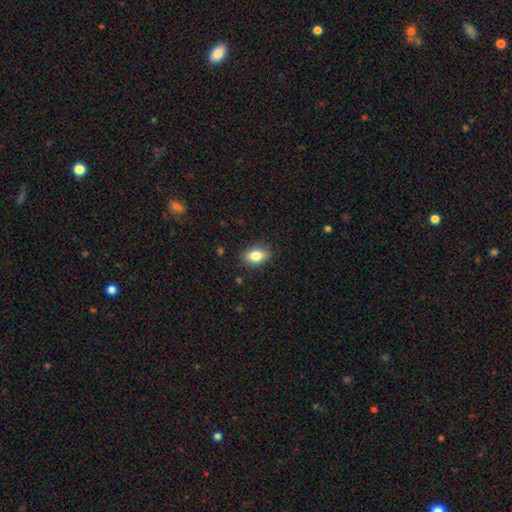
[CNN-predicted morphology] Smooth or featured? Predicted: smooth (p=0.82). How rounded? Predicted: in between (p=0.83). Merging? Predicted: none (p=0.87).